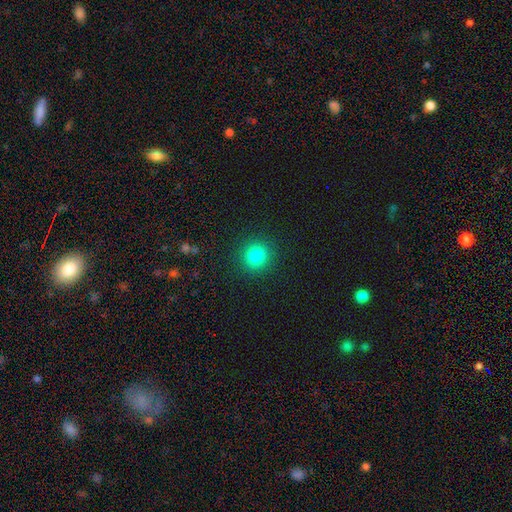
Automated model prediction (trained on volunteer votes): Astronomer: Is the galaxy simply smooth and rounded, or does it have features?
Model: smooth — 84%.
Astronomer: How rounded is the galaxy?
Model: round — 92%.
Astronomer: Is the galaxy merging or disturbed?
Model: none — 90%.